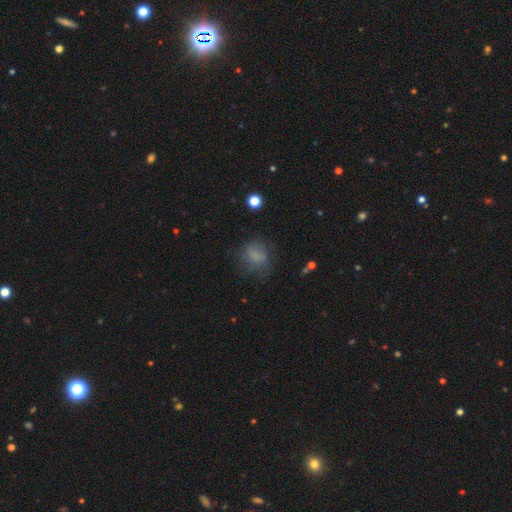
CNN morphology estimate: smooth_or_featured: smooth (p=0.70) [alt: featured or disk p=0.16]
how_rounded: round (p=0.69) [alt: in between p=0.30]
merging: none (p=0.62) [alt: minor disturbance p=0.21]